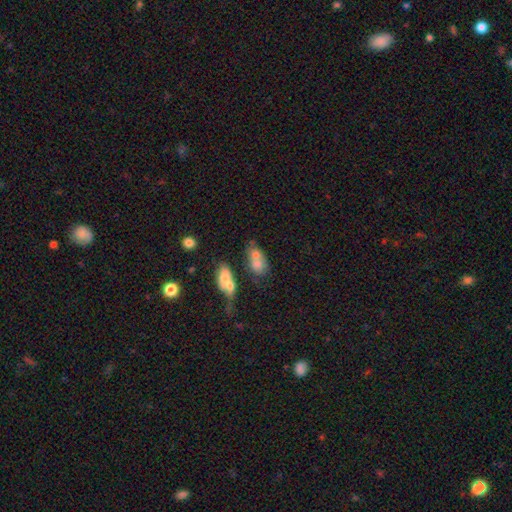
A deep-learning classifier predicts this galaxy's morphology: Smooth or featured: smooth — 62% (featured or disk — 25%)
How rounded: in between — 73% (round — 21%)
Merging: merger — 56% (none — 25%)